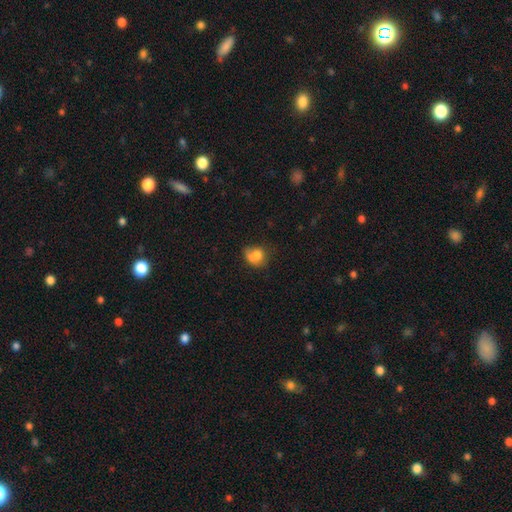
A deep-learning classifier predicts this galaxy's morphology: smooth-or-featured: smooth: 72% | featured or disk: 17% | star or artifact: 11%
  how-rounded: round: 59% | in between: 40% | cigar-shaped: 1%
  merging: none: 33% | merger: 32% | minor disturbance: 22% | major disturbance: 13%